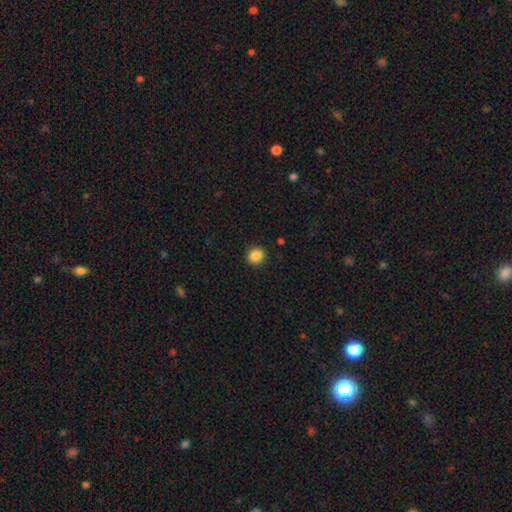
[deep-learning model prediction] smooth-or-featured: smooth: 87% | star or artifact: 10% | featured or disk: 3%
  how-rounded: round: 87% | in between: 12% | cigar-shaped: 1%
  merging: none: 91% | minor disturbance: 6% | major disturbance: 2% | merger: 1%